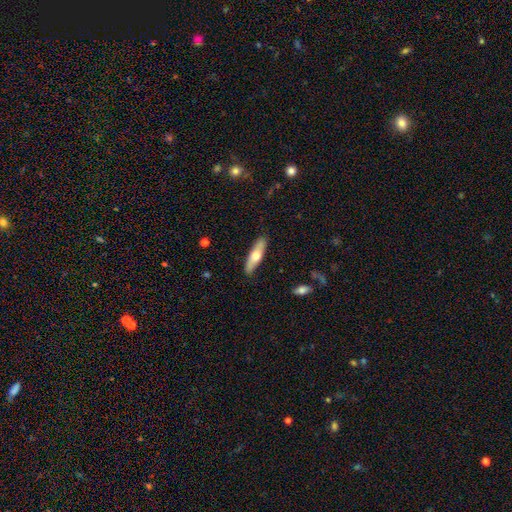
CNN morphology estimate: This appears to be a smooth galaxy with no disk features (59%) that is cigar-shaped (68%). Merging: none (87%).